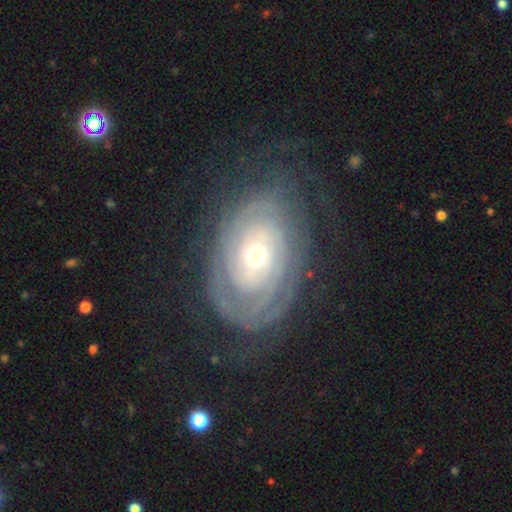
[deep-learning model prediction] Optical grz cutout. It shows a featured or disk galaxy (85%) with no bar (65%), tight (82%) spiral arms (94%) and a moderate central bulge (59%). Merging: none (73%).